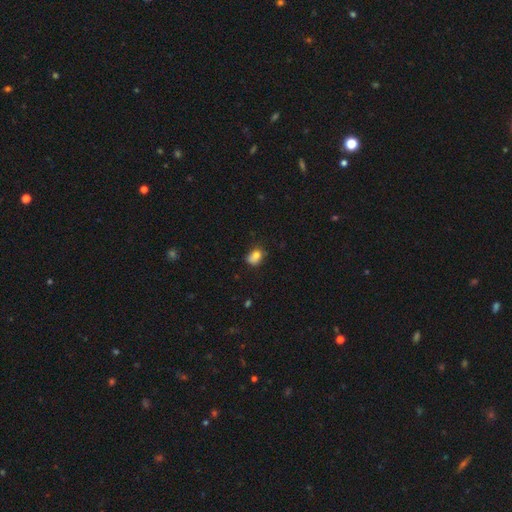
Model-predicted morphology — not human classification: Smooth or featured? smooth (77%)
How rounded? in between (58%)
Merging? none (47%)